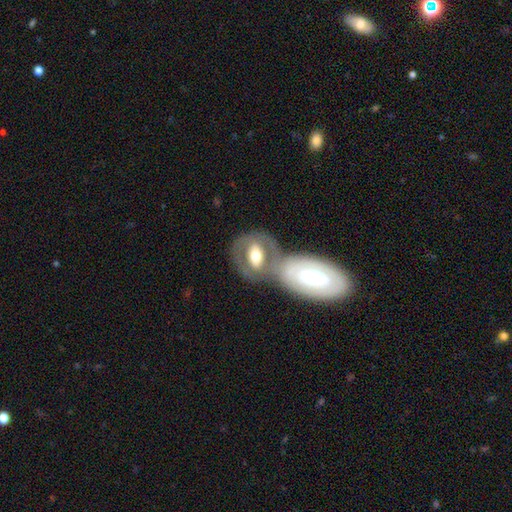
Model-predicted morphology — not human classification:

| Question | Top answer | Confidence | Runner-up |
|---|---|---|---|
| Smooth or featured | featured or disk | 54% | smooth (41%) |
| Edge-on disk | no | 91% | yes (9%) |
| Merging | merger | 46% | none (36%) |